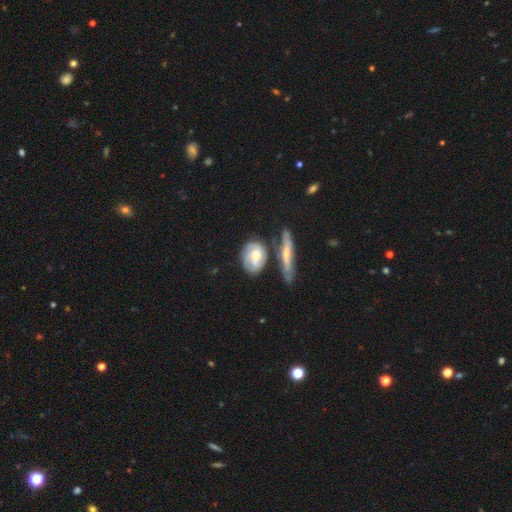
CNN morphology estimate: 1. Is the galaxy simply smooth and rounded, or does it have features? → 61% featured or disk, 33% smooth, 6% star or artifact.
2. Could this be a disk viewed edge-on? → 90% no, 10% yes.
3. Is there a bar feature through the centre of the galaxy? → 61% no, 31% weak, 7% strong.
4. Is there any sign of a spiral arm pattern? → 81% yes, 19% no.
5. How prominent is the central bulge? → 58% moderate, 30% small, 8% large, 3% none, 1% dominant.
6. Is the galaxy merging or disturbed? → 52% none, 21% minor disturbance, 18% merger, 9% major disturbance.